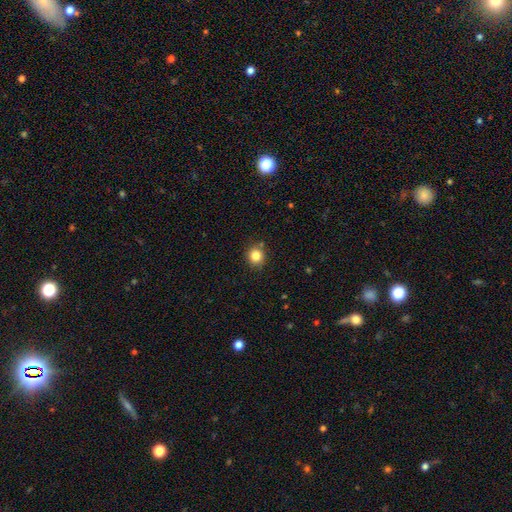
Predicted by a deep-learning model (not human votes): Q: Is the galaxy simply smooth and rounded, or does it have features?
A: smooth — 83%.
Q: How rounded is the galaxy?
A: round — 87%.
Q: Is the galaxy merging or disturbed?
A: none — 86%.